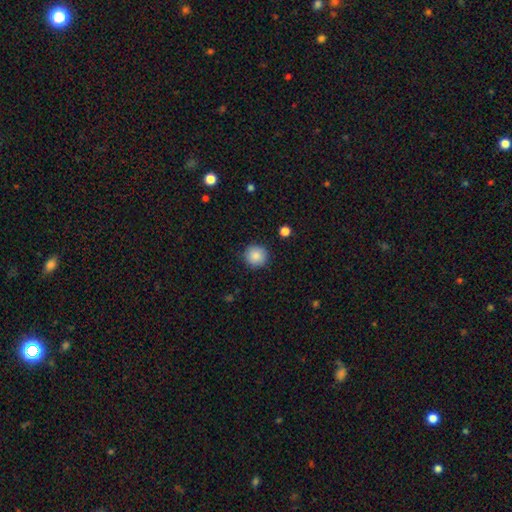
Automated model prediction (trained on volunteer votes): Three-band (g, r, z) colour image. It shows a smooth galaxy with no disk features (87%) that is round (94%). Merging: none (89%).